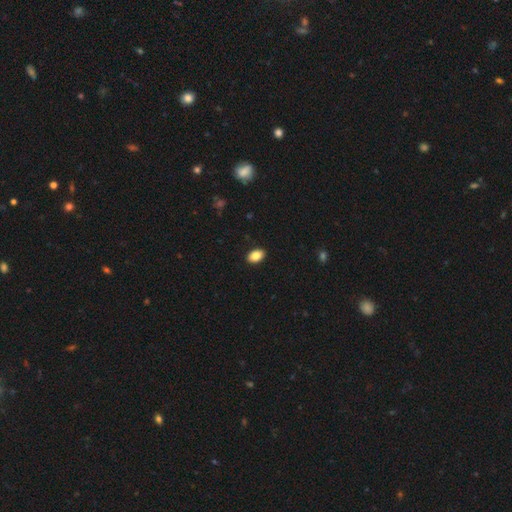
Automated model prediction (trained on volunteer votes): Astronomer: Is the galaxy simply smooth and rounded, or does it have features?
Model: smooth — 86%.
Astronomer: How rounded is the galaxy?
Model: in between — 87%.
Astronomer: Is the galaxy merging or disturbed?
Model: none — 91%.